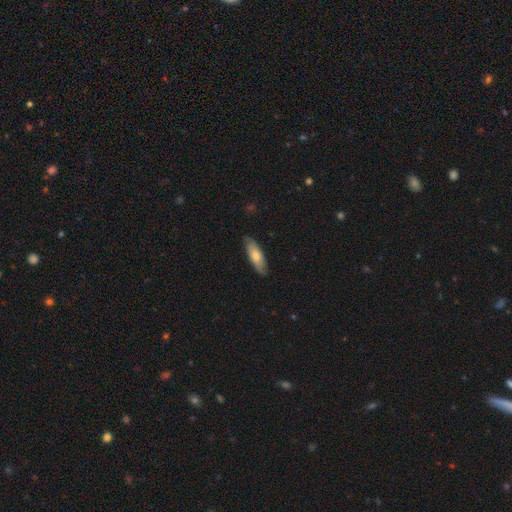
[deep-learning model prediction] Morphology: type=smooth (65%); roundness=in between (59%); merging=none (82%).